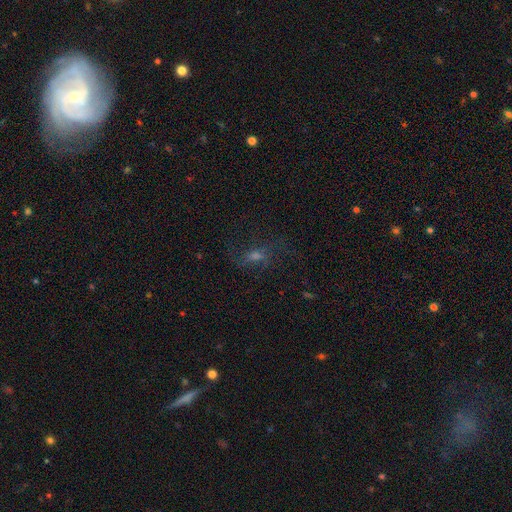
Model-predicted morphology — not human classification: Smooth or featured? Predicted: featured or disk (p=0.37). Merging? Predicted: none (p=0.60).